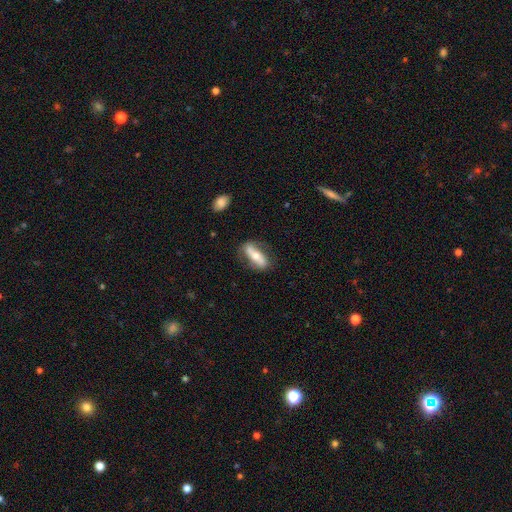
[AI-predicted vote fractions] smooth-or-featured: featured or disk: 54% | smooth: 39% | star or artifact: 6%
  disk-edge-on: no: 64% | yes: 36%
  merging: none: 74% | minor disturbance: 17% | major disturbance: 6% | merger: 2%